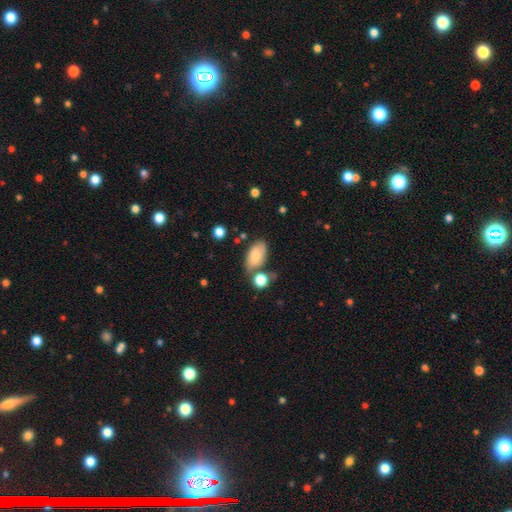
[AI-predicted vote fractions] Smooth or featured? smooth (76%)
How rounded? in between (92%)
Merging? none (57%)